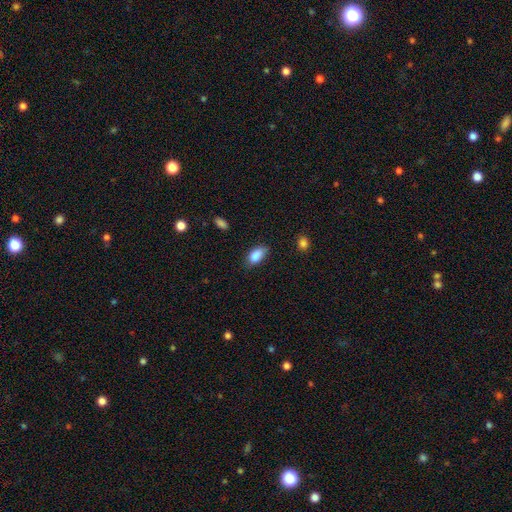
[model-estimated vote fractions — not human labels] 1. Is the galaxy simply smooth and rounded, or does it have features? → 87% smooth, 8% star or artifact, 5% featured or disk.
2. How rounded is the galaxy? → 91% in between, 5% round, 4% cigar-shaped.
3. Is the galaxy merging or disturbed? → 69% none, 25% minor disturbance, 5% major disturbance, 2% merger.